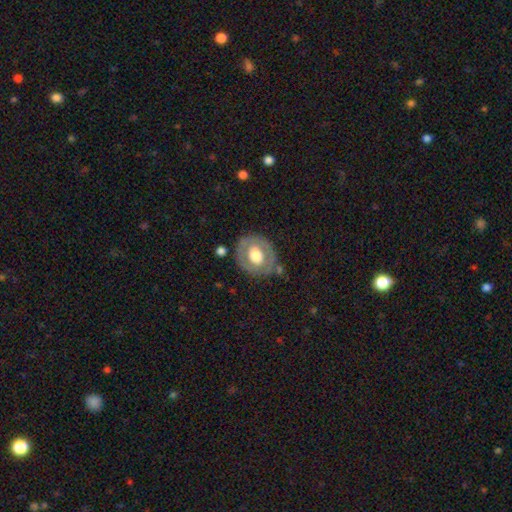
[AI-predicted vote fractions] This is possibly a featured or disk galaxy (50%). Merging: likely none (74%).